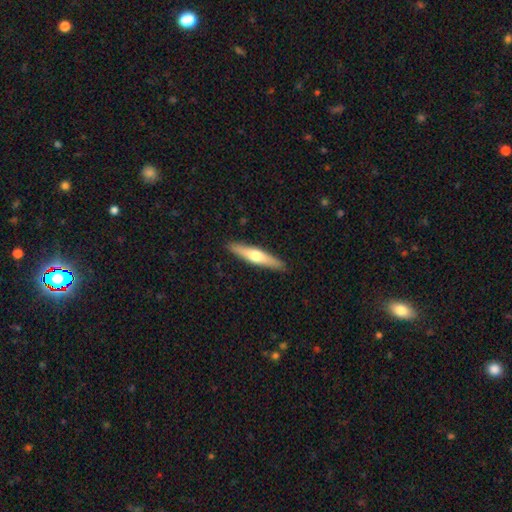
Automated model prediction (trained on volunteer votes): Overall: featured or disk (48%; smooth 47%). Merging: none (91%).